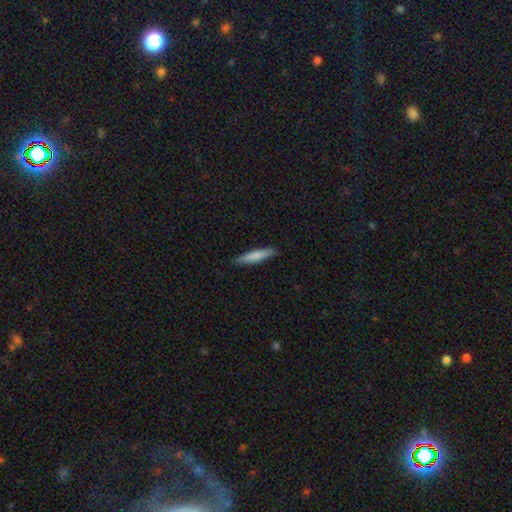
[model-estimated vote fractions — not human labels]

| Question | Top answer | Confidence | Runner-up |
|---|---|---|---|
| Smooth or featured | smooth | 74% | featured or disk (20%) |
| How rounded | cigar-shaped | 90% | in between (9%) |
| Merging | none | 89% | minor disturbance (9%) |